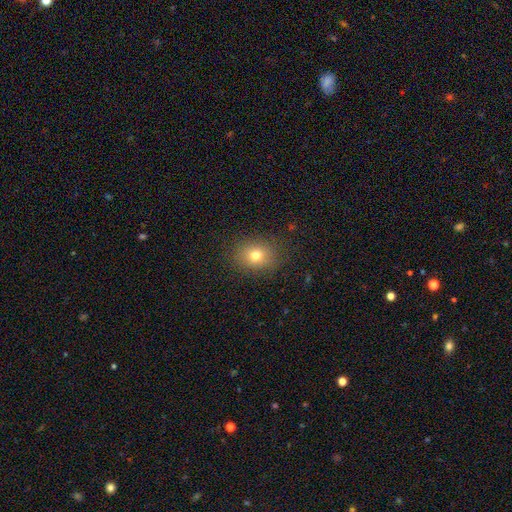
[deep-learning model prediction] This is likely a smooth galaxy (75%). How rounded: possibly round (60%). Merging: clearly none (86%).